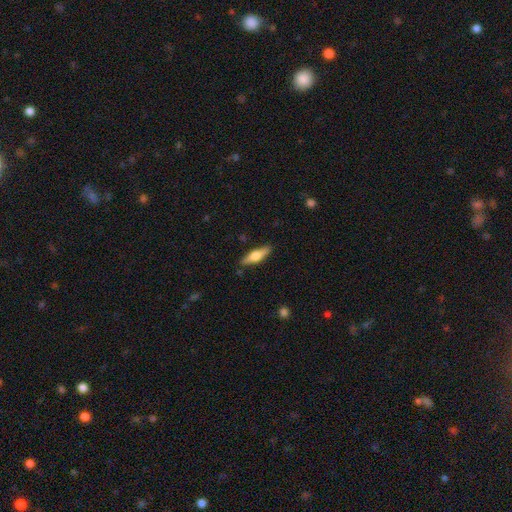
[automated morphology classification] Smooth or featured? Predicted: smooth (p=0.47, tied with featured or disk). Merging? Predicted: none (p=0.87).